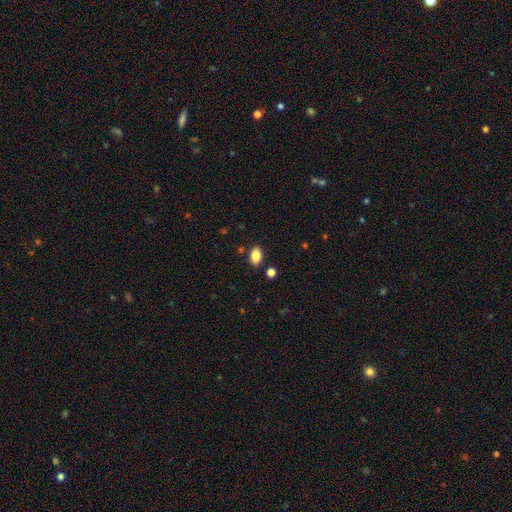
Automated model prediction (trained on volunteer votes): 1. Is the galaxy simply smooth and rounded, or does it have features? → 85% smooth, 8% star or artifact, 6% featured or disk.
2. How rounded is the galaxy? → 89% in between, 10% round, 1% cigar-shaped.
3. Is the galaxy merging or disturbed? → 85% none, 9% minor disturbance, 4% merger, 2% major disturbance.